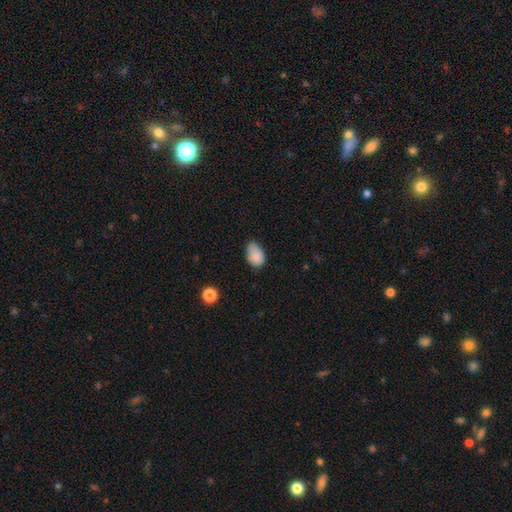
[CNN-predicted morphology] smooth 84%, star or artifact 9%, featured or disk 7%. Down the decision tree: how rounded — in between (87%); merging — none (45%).